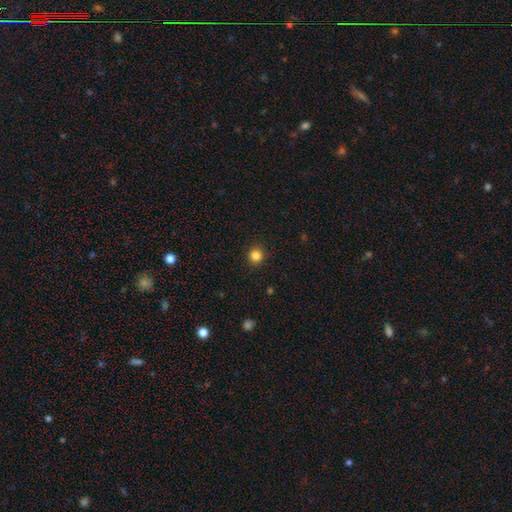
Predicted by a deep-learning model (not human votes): This appears to be a smooth galaxy with no disk features (84%) that is round (93%). Merging: none (92%).